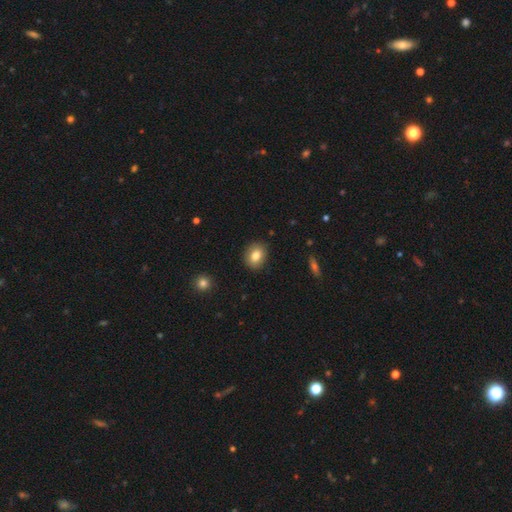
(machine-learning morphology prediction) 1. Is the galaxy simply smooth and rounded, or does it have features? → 81% smooth, 10% featured or disk, 9% star or artifact.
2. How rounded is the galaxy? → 51% in between, 48% round, 1% cigar-shaped.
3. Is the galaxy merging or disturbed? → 89% none, 8% minor disturbance, 2% major disturbance, 1% merger.